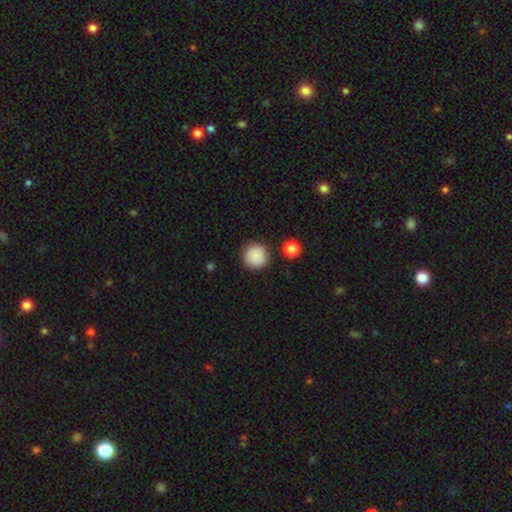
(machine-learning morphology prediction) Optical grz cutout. It shows a smooth galaxy with no disk features (87%) that is round (95%). Merging: none (88%).